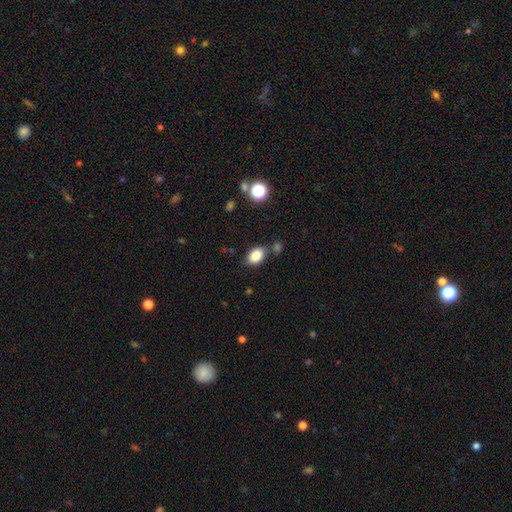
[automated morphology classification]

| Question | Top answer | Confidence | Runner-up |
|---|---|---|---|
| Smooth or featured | smooth | 84% | star or artifact (9%) |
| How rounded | in between | 81% | round (17%) |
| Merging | none | 73% | minor disturbance (14%) |